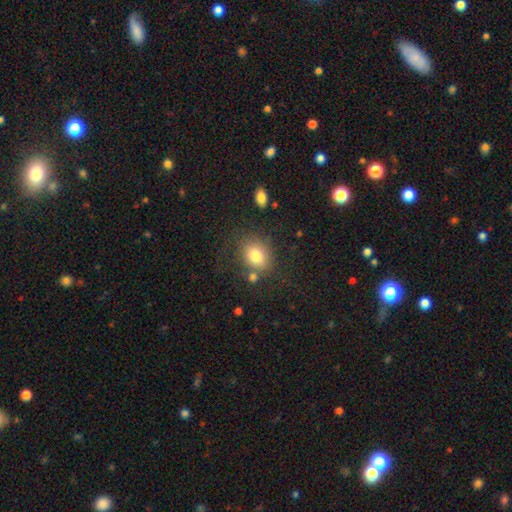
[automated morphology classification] Overall: smooth (80%). How rounded: round (50%; in between 49%). Merging: none (70%).